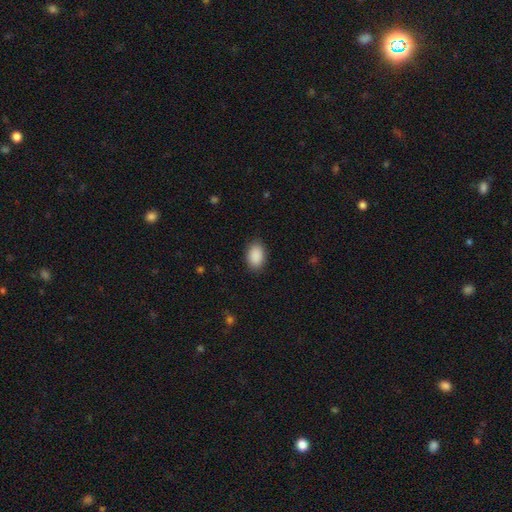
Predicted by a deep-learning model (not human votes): A smooth galaxy with no disk features (91%) that is in between round and cigar-shaped (88%). Merging: none (88%).